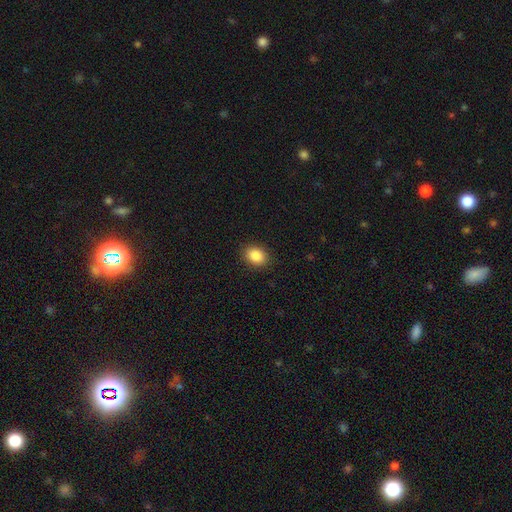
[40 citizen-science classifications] Smooth or featured?
  - smooth: 88% *
  - star or artifact: 8%
  - featured or disk: 5%
How rounded?
  - in between: 60% *
  - round: 40%
  - cigar-shaped: 0%
Merging?
  - none: 97% *
  - minor disturbance: 3%
  - major disturbance: 0%
  - merger: 0%